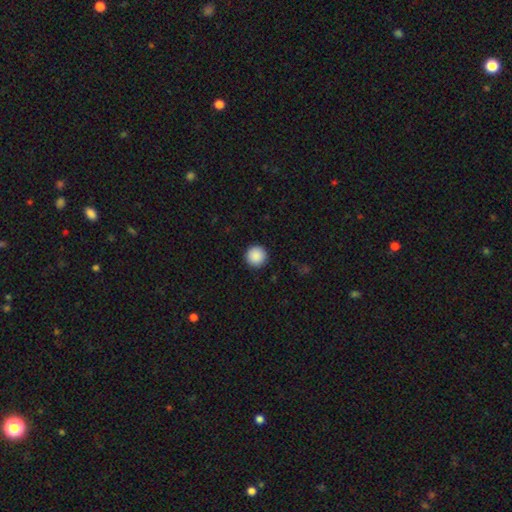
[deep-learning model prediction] Smooth or featured? Predicted: smooth (p=0.89). How rounded? Predicted: round (p=0.97). Merging? Predicted: none (p=0.93).